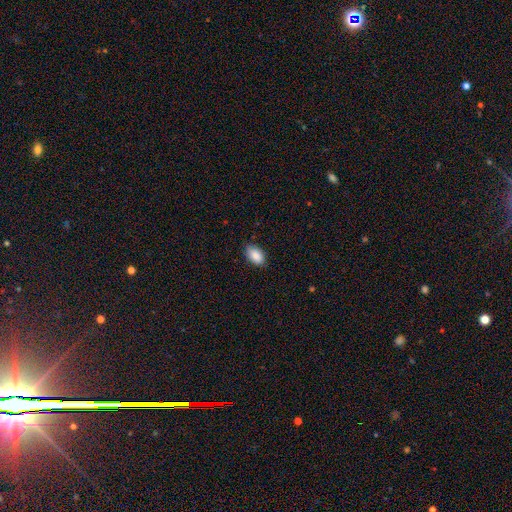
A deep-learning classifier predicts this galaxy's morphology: Q: Smooth or featured?
A: smooth (88%); runner-up: star or artifact (7%)
Q: How rounded?
A: in between (93%); runner-up: round (5%)
Q: Merging?
A: none (84%); runner-up: minor disturbance (13%)